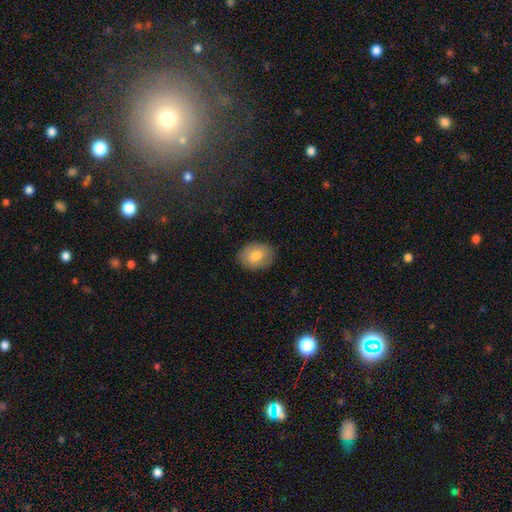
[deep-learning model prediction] Overall: smooth (77%). How rounded: in between (62%; round 37%). Merging: none (84%).